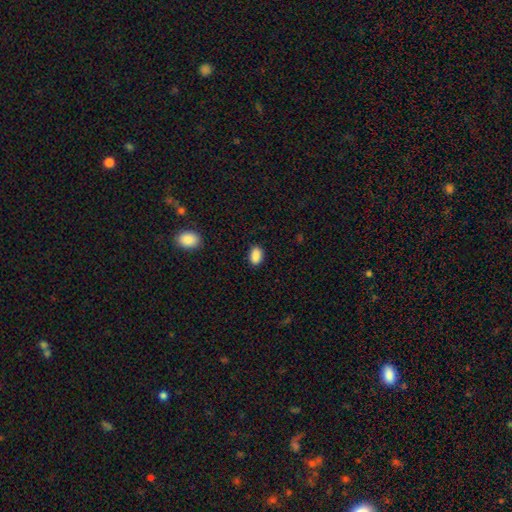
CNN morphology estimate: Smooth or featured?
  - smooth: 89% *
  - star or artifact: 8%
  - featured or disk: 3%
How rounded?
  - in between: 87% *
  - round: 12%
  - cigar-shaped: 1%
Merging?
  - none: 86% *
  - minor disturbance: 10%
  - major disturbance: 3%
  - merger: 1%